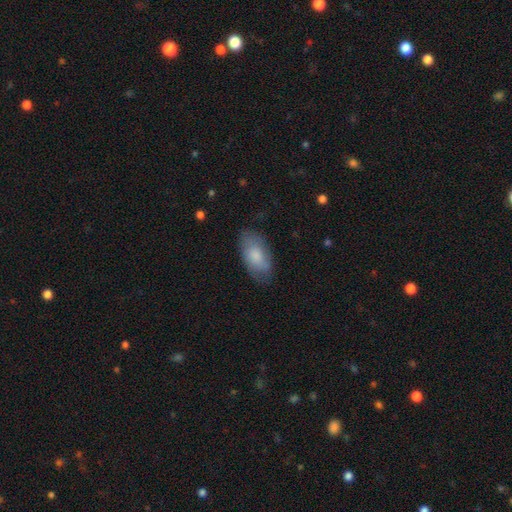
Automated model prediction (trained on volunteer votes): Overall: smooth (77%). How rounded: in between (93%). Merging: none (75%).